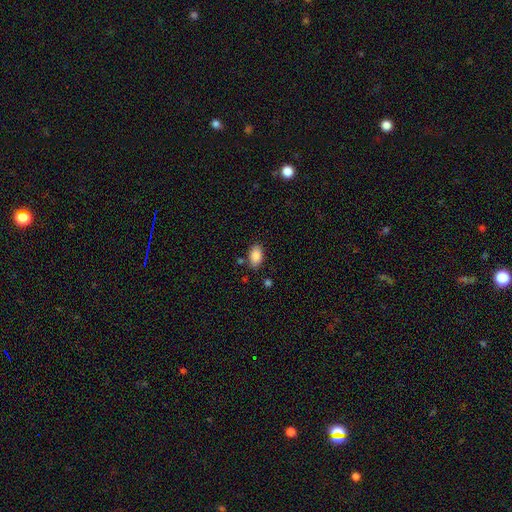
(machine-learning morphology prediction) smooth-or-featured: smooth: 87% | star or artifact: 7% | featured or disk: 6%
  how-rounded: in between: 93% | round: 5% | cigar-shaped: 2%
  merging: none: 80% | minor disturbance: 12% | merger: 5% | major disturbance: 3%